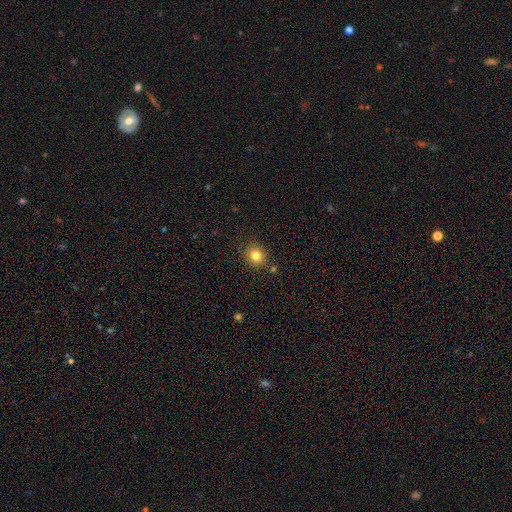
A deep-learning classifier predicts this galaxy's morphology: Smooth or featured? smooth (81%)
How rounded? round (77%)
Merging? none (84%)